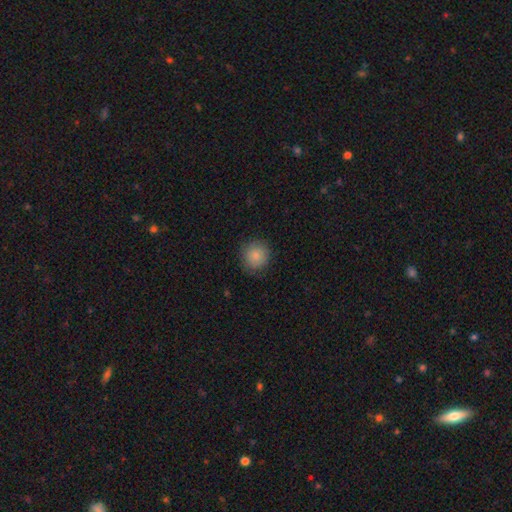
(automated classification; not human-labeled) Smooth or featured?
  - smooth: 85% *
  - star or artifact: 8%
  - featured or disk: 6%
How rounded?
  - round: 91% *
  - in between: 8%
  - cigar-shaped: 1%
Merging?
  - none: 85% *
  - minor disturbance: 11%
  - major disturbance: 3%
  - merger: 1%